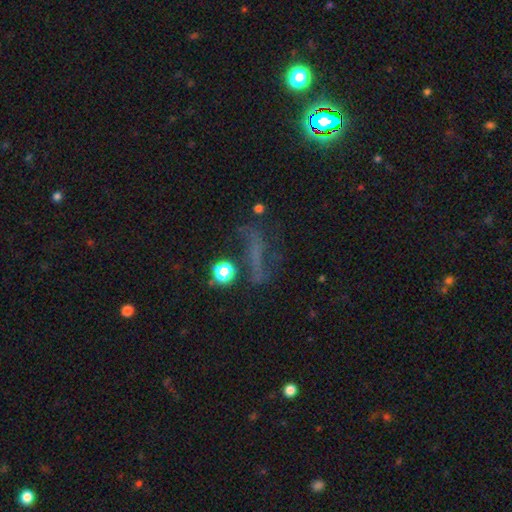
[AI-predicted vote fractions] star or artifact 38%, featured or disk 34%, smooth 28%.